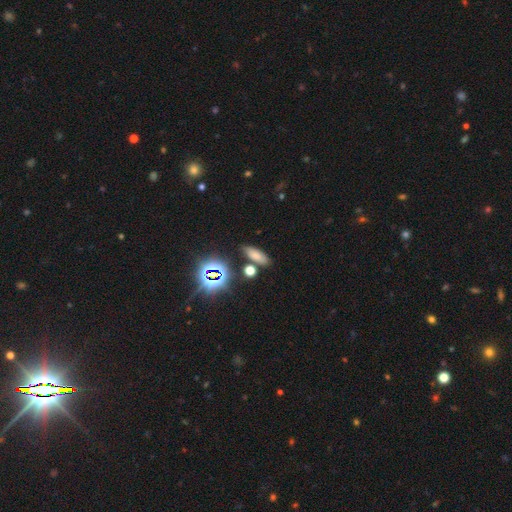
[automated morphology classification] smooth 66%, star or artifact 24%, featured or disk 10%. Down the decision tree: how rounded — in between (64%); merging — none (79%).